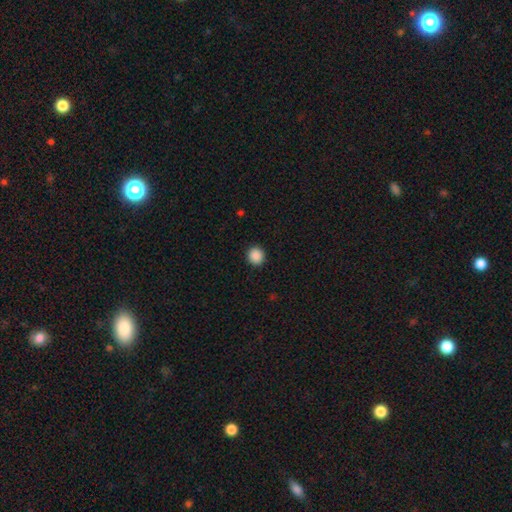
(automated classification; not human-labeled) Q: Smooth or featured?
A: smooth (89%); runner-up: star or artifact (9%)
Q: How rounded?
A: round (91%); runner-up: in between (8%)
Q: Merging?
A: none (92%); runner-up: minor disturbance (5%)